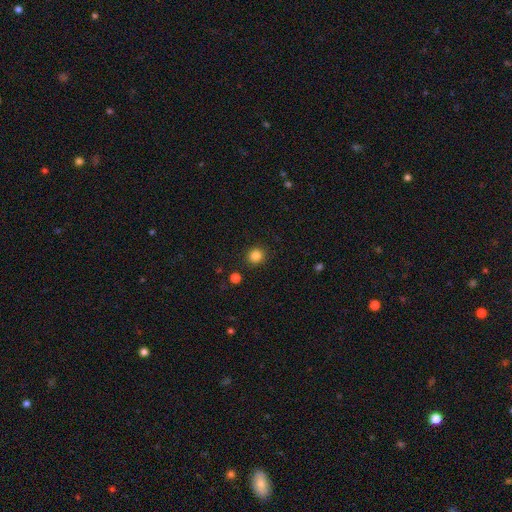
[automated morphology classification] smooth_or_featured: smooth (p=0.84) [alt: star or artifact p=0.12]
how_rounded: round (p=0.90) [alt: in between p=0.09]
merging: none (p=0.91) [alt: minor disturbance p=0.05]